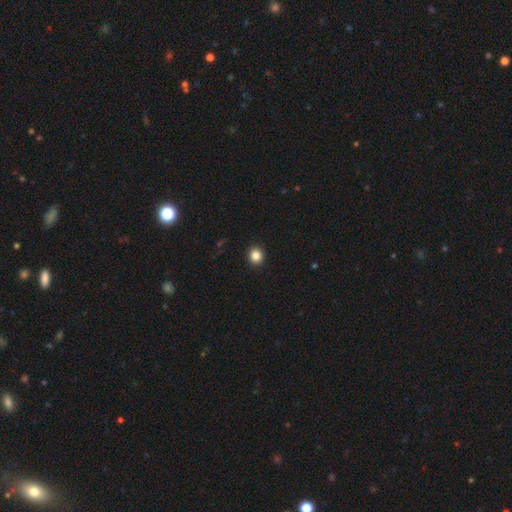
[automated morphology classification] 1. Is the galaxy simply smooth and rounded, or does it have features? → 85% smooth, 11% star or artifact, 5% featured or disk.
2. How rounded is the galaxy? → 75% round, 24% in between, 1% cigar-shaped.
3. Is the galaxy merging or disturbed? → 92% none, 5% minor disturbance, 2% major disturbance, 1% merger.